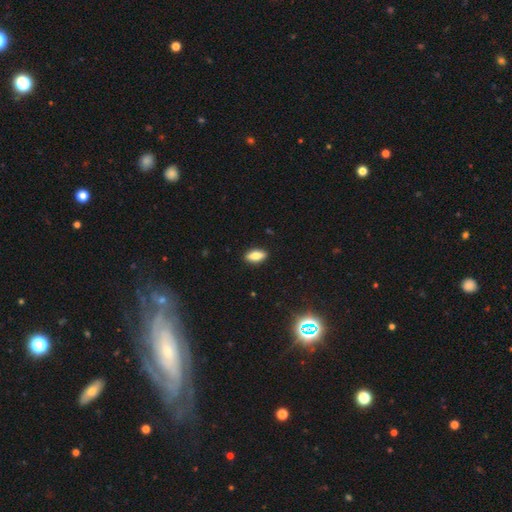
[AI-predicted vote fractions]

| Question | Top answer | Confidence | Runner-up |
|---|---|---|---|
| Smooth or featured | smooth | 77% | featured or disk (15%) |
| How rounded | in between | 82% | cigar-shaped (15%) |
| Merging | none | 89% | minor disturbance (8%) |